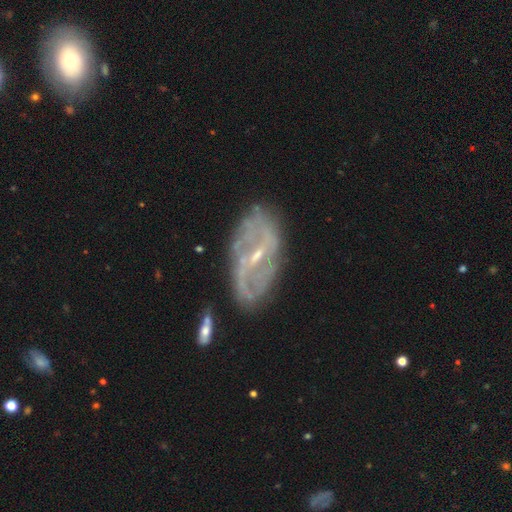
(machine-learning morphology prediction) The model was most divided on "spiral winding": medium: 35%, loose: 33%, tight: 32%. Remaining: edge-on disk — no (92%); smooth or featured — featured or disk (81%); spiral arms — yes (76%); bulge size — small (73%); merging — none (71%); spiral arm count — 2 (48%); bar — weak (43%).